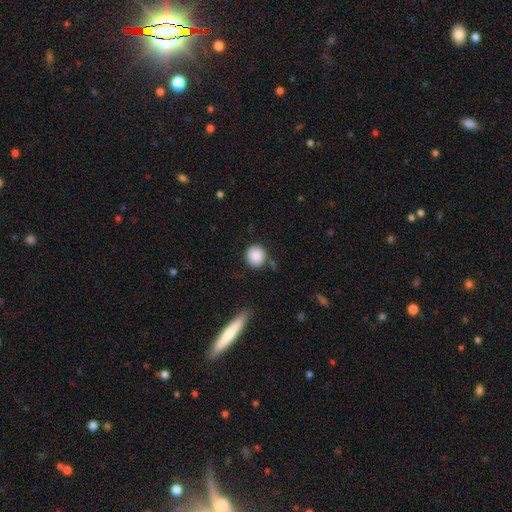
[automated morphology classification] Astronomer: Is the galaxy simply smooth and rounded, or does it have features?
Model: smooth — 88%.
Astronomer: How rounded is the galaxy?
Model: round — 89%.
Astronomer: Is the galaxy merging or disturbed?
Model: none — 81%.